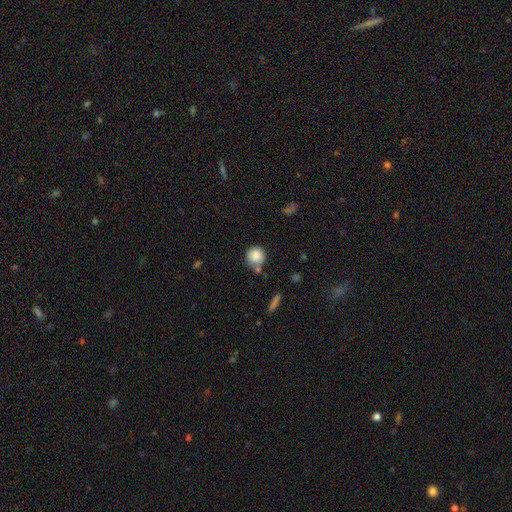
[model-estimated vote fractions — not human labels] smooth 86%, star or artifact 8%, featured or disk 5%. Down the decision tree: how rounded — round (92%); merging — none (71%).